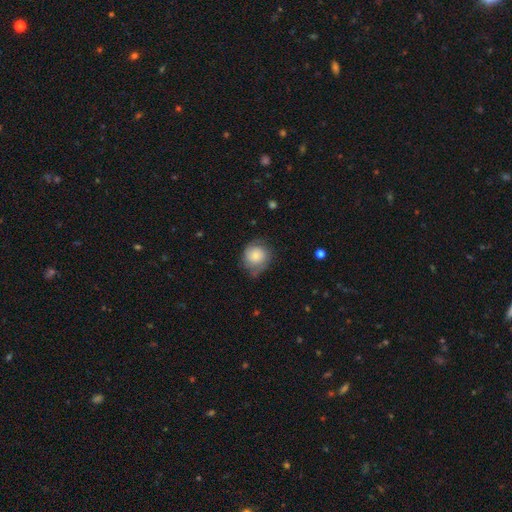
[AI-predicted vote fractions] This is likely a smooth galaxy (63%). How rounded: clearly round (83%). Merging: possibly none (57%).